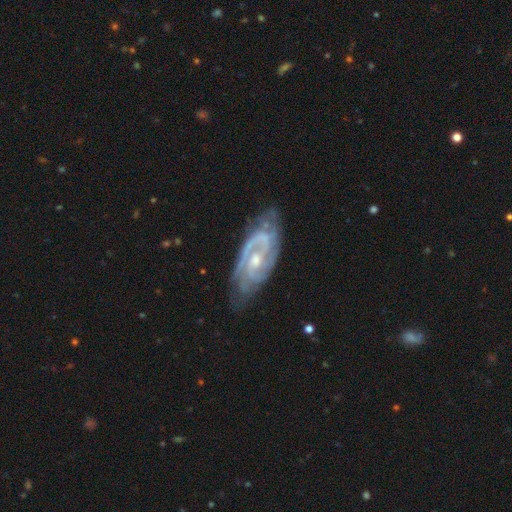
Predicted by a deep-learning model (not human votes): A featured or disk galaxy (88%) with no bar (44%), 2 (70%) tight (59%) spiral arms (97%) and a small central bulge (50%). Merging: none (76%).